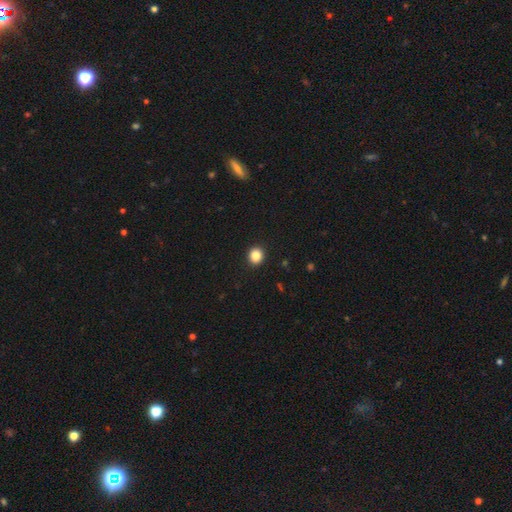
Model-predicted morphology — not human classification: This is clearly a smooth galaxy (86%). How rounded: clearly round (84%). Merging: clearly none (93%).